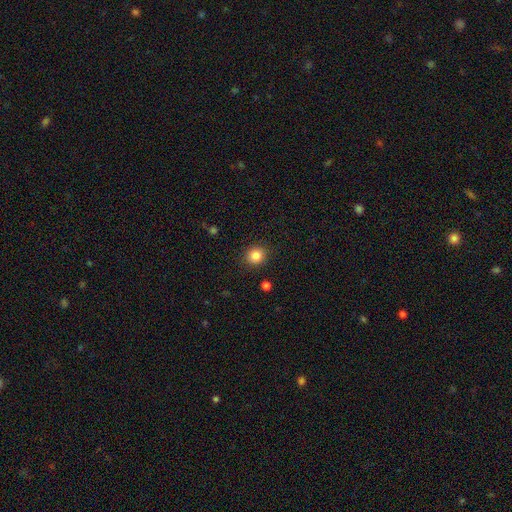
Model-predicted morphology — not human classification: A smooth galaxy with no disk features (85%) that is round (86%). Merging: none (90%).